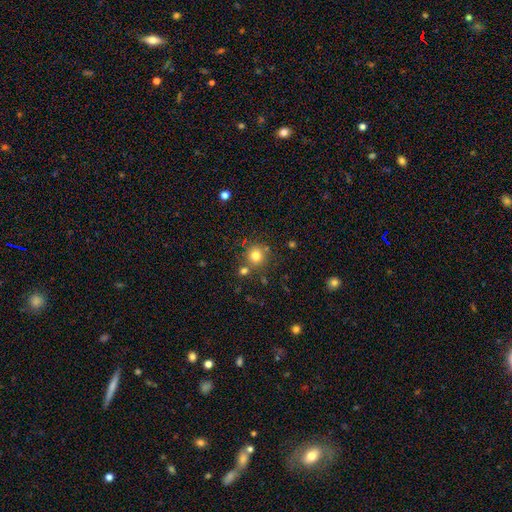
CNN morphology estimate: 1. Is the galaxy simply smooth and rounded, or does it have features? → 77% smooth, 14% star or artifact, 9% featured or disk.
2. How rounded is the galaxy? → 91% round, 8% in between, 1% cigar-shaped.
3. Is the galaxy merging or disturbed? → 73% none, 14% merger, 9% minor disturbance, 3% major disturbance.